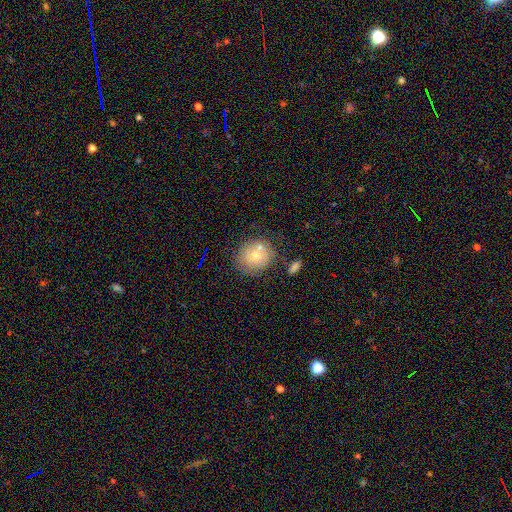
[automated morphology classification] Smooth or featured: smooth — 70% (featured or disk — 19%)
How rounded: round — 81% (in between — 18%)
Merging: none — 69% (merger — 14%)